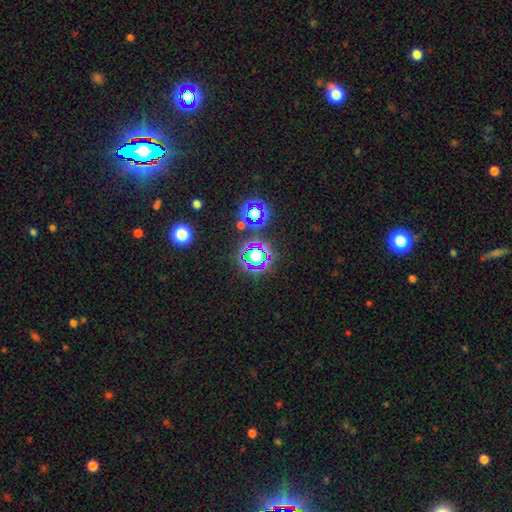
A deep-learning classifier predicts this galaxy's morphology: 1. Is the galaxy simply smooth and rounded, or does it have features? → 61% star or artifact, 26% smooth, 13% featured or disk.